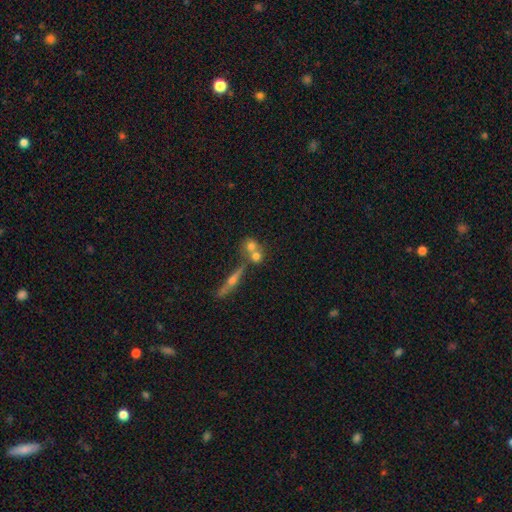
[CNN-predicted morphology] smooth 63%, featured or disk 26%, star or artifact 11%. Down the decision tree: how rounded — round (73%); merging — merger (52%).